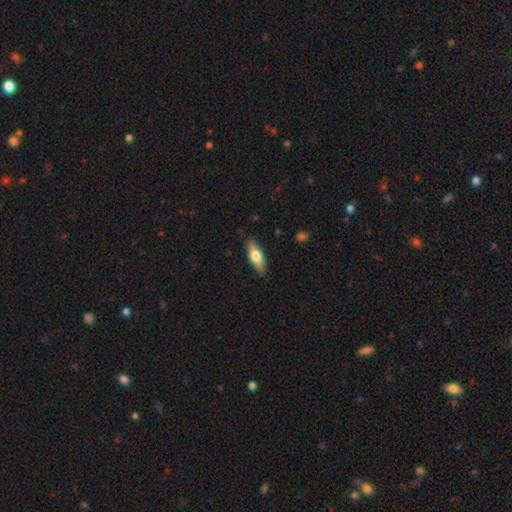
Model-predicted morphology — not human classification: smooth 64%, featured or disk 31%, star or artifact 6%. Down the decision tree: how rounded — in between (62%); merging — none (88%).